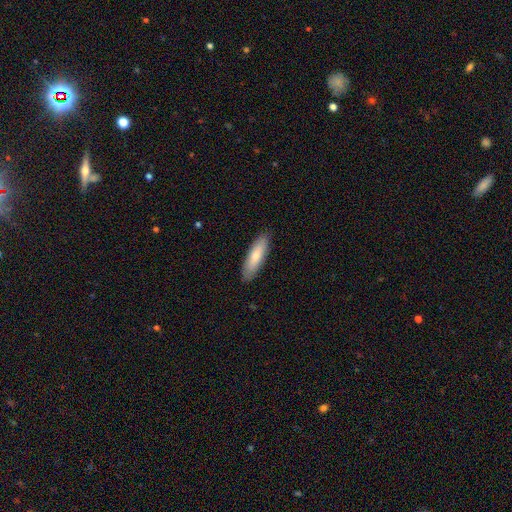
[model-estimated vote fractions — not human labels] The model was most divided on "how rounded": cigar-shaped: 56%, in between: 43%, round: 1%. More confident: merging — none (88%); smooth or featured — smooth (77%).